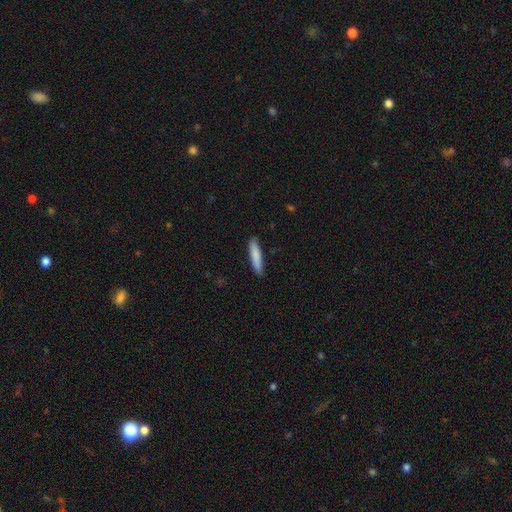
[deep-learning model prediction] This appears to be a smooth galaxy with no disk features (83%) that is cigar-shaped (87%). Merging: none (89%).